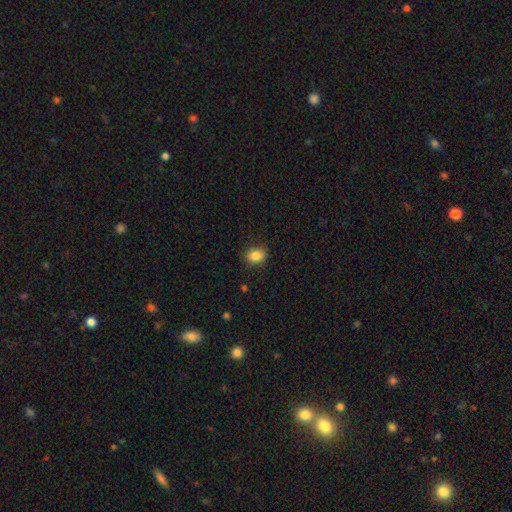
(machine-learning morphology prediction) smooth-or-featured: smooth: 85% | star or artifact: 10% | featured or disk: 5%
  how-rounded: in between: 55% | round: 44% | cigar-shaped: 1%
  merging: none: 85% | minor disturbance: 12% | major disturbance: 3% | merger: 1%